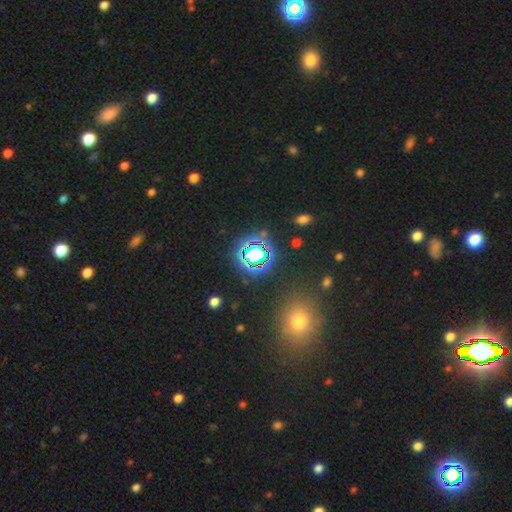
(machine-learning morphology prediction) A star or artifact, not a galaxy (63%).